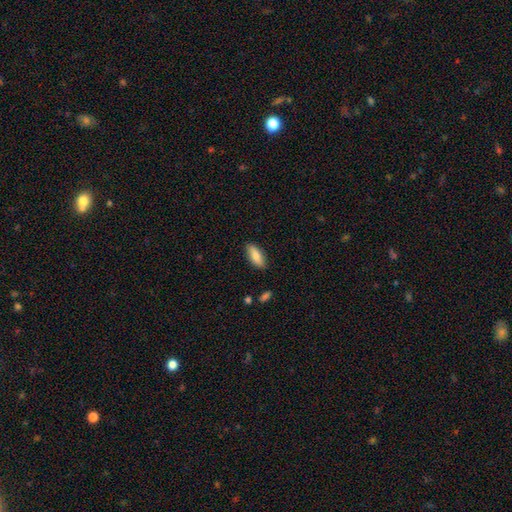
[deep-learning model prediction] Smooth or featured? Predicted: smooth (p=0.81). How rounded? Predicted: in between (p=0.79). Merging? Predicted: none (p=0.86).